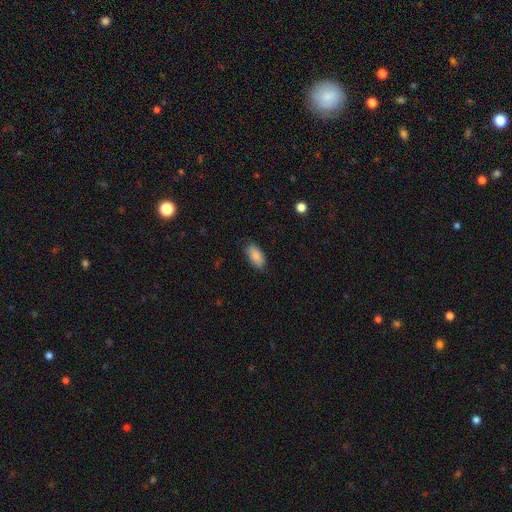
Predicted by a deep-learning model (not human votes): Q: Smooth or featured?
A: smooth (87%); runner-up: star or artifact (7%)
Q: How rounded?
A: in between (92%); runner-up: cigar-shaped (5%)
Q: Merging?
A: none (81%); runner-up: minor disturbance (15%)